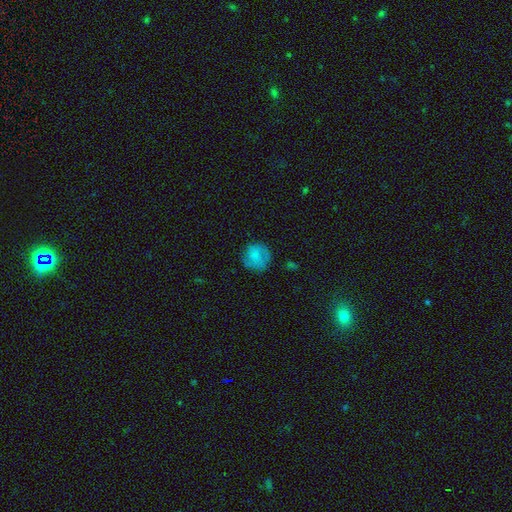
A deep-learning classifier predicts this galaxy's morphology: Smooth or featured?
  - smooth: 71% *
  - featured or disk: 20%
  - star or artifact: 10%
How rounded?
  - round: 87% *
  - in between: 12%
  - cigar-shaped: 1%
Merging?
  - none: 70% *
  - minor disturbance: 20%
  - major disturbance: 8%
  - merger: 2%